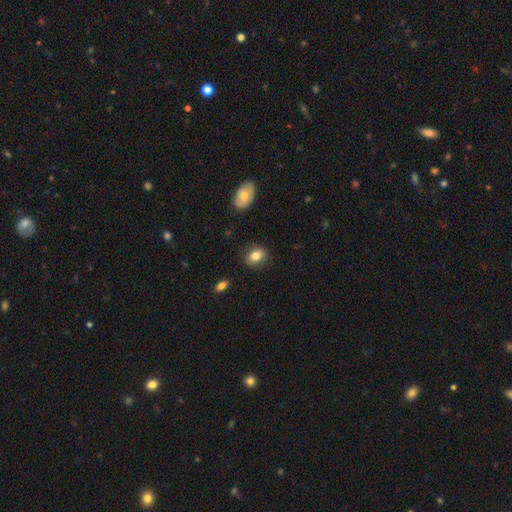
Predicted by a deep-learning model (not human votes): This is clearly a smooth galaxy (81%). How rounded: likely in between (72%). Merging: clearly none (84%).